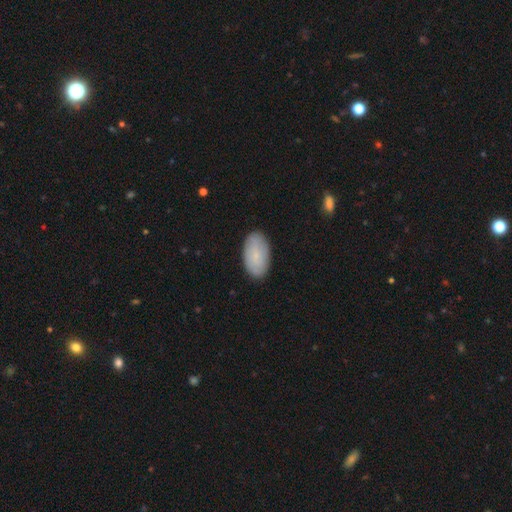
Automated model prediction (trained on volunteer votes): This is likely a smooth galaxy (71%). How rounded: clearly in between (95%). Merging: clearly none (86%).